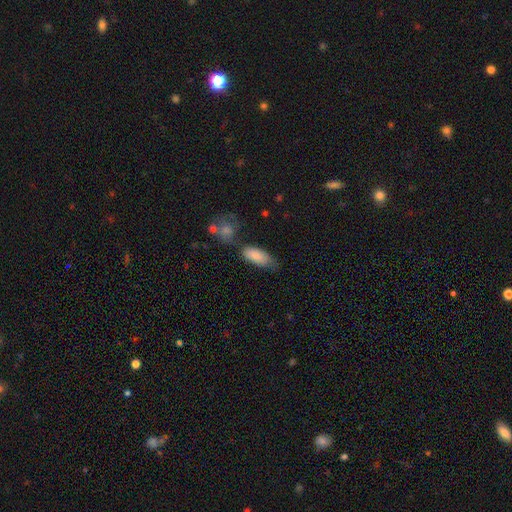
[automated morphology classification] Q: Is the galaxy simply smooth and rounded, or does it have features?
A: smooth — 81%.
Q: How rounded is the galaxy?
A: in between — 86%.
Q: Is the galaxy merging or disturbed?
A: none — 55%.